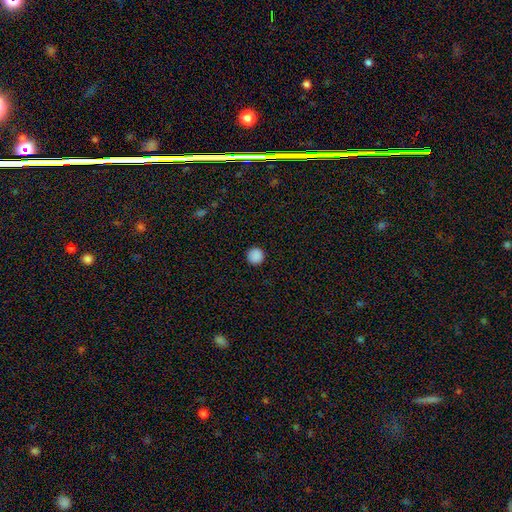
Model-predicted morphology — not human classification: type=smooth (88%); roundness=round (96%); merging=none (93%).